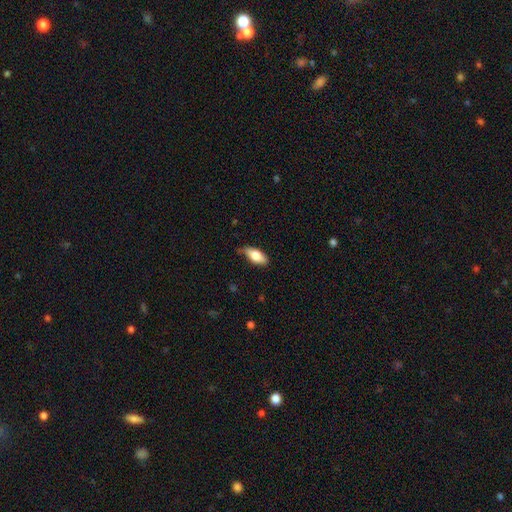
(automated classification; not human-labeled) smooth 76%, featured or disk 18%, star or artifact 6%. Down the decision tree: how rounded — in between (84%); merging — none (69%).